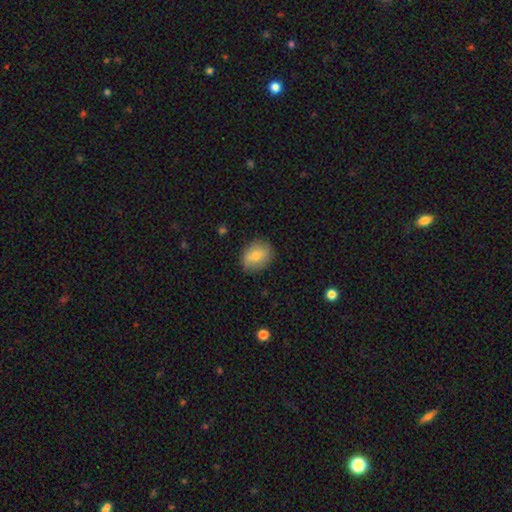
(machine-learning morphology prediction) Q: Smooth or featured?
A: smooth (72%); runner-up: featured or disk (20%)
Q: How rounded?
A: in between (56%); runner-up: round (43%)
Q: Merging?
A: none (80%); runner-up: minor disturbance (16%)